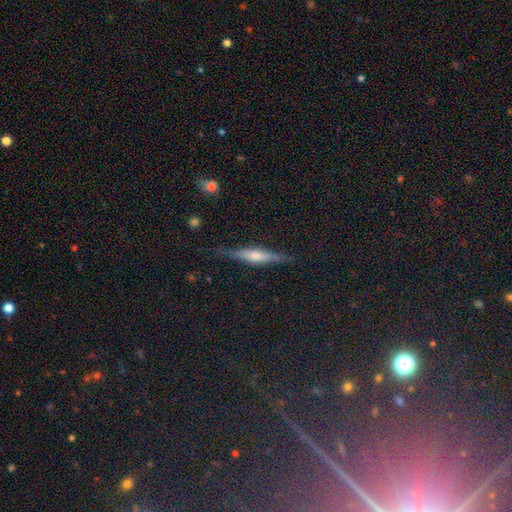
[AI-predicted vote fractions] This is possibly a featured or disk galaxy (56%). It is clearly viewed edge-on (94%). Edge-on bulge: likely rounded (62%). Merging: clearly none (83%).